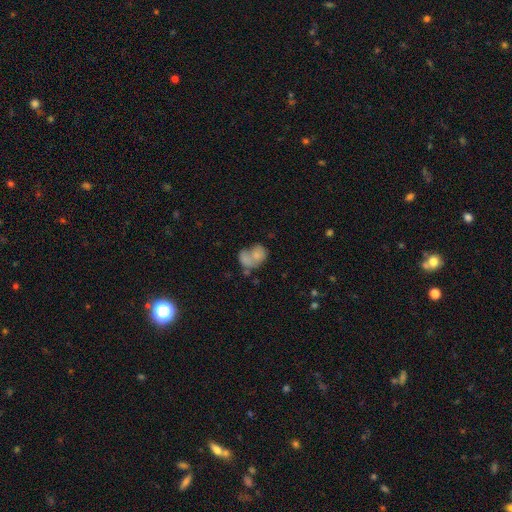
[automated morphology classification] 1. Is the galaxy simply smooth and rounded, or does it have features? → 69% smooth, 22% featured or disk, 9% star or artifact.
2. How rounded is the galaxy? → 55% in between, 43% round, 1% cigar-shaped.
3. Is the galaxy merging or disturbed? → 55% merger, 22% none, 11% minor disturbance, 11% major disturbance.